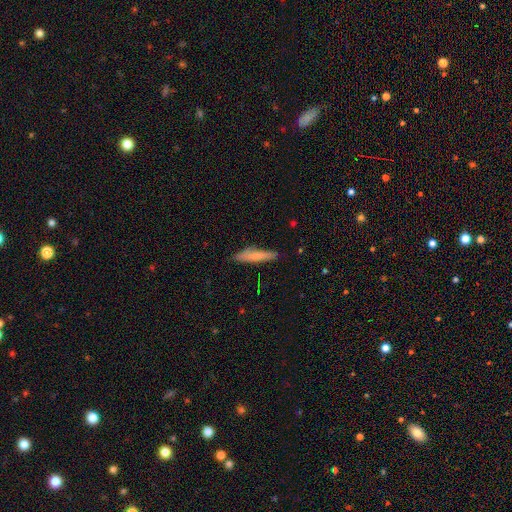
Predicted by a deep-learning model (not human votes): The model was most divided on "smooth or featured": smooth: 74%, featured or disk: 21%, star or artifact: 6%. More confident: how rounded — cigar-shaped (88%); merging — none (83%).